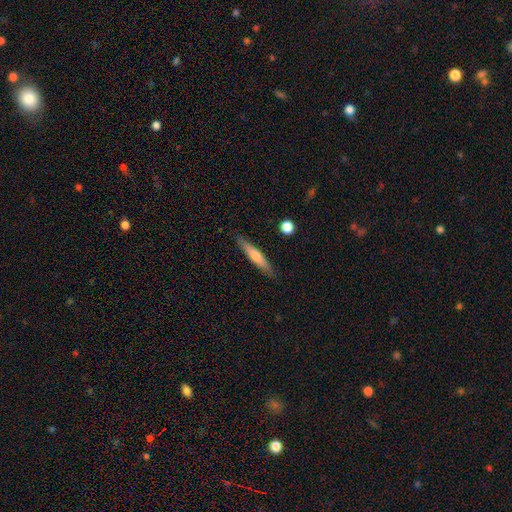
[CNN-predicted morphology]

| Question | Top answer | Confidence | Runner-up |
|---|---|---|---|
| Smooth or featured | smooth | 56% | featured or disk (38%) |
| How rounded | cigar-shaped | 89% | in between (10%) |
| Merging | none | 86% | minor disturbance (10%) |